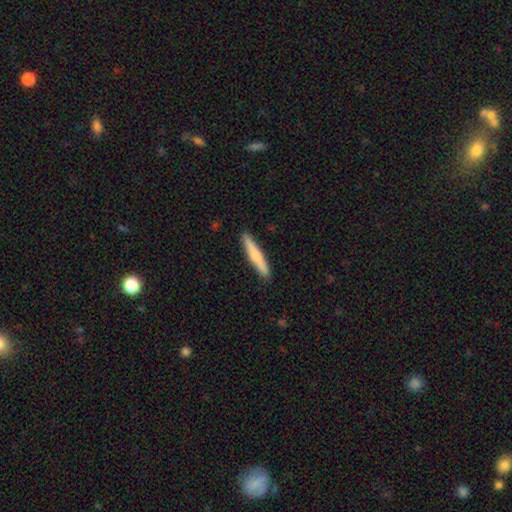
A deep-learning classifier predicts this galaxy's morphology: smooth-or-featured: smooth: 66% | featured or disk: 29% | star or artifact: 5%
  how-rounded: cigar-shaped: 94% | in between: 5% | round: 1%
  merging: none: 91% | minor disturbance: 7% | major disturbance: 1% | merger: 1%